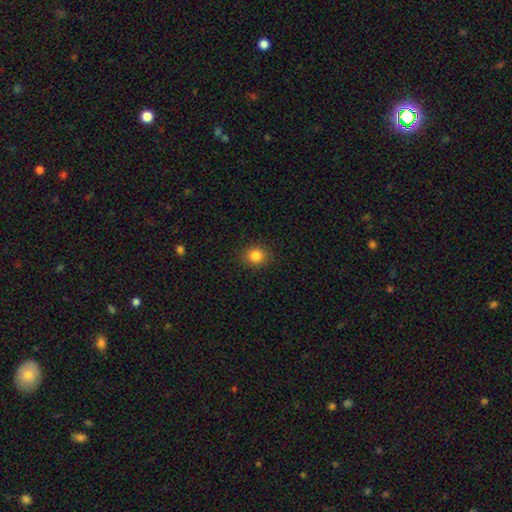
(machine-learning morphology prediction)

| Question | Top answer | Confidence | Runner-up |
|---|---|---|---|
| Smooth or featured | smooth | 85% | star or artifact (11%) |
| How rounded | round | 75% | in between (24%) |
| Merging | none | 89% | minor disturbance (7%) |